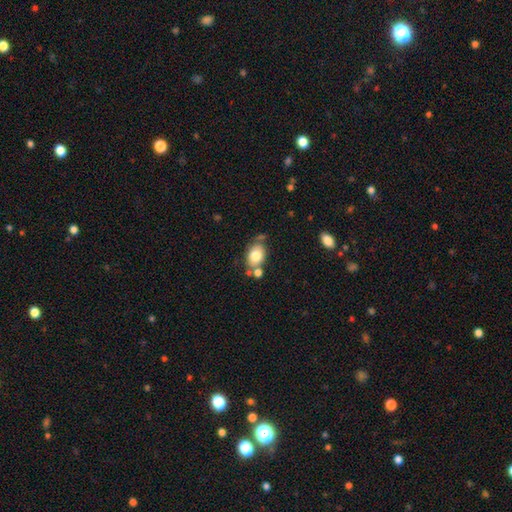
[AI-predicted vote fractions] The model was most divided on "merging": none: 56%, merger: 21%, minor disturbance: 17%, major disturbance: 6%. More confident: how rounded — in between (77%); smooth or featured — smooth (75%).